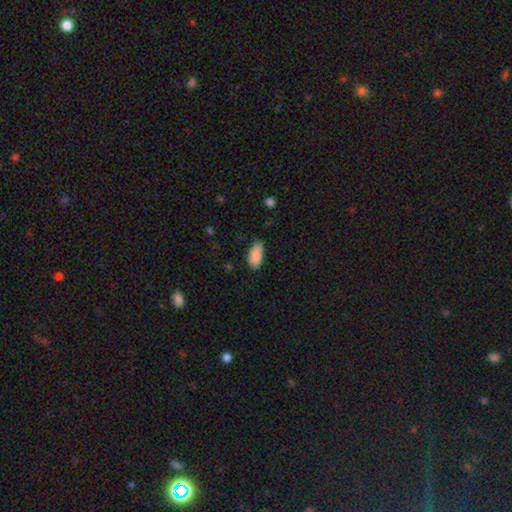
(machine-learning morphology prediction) This appears to be a smooth galaxy with no disk features (89%) that is in between round and cigar-shaped (91%). Merging: none (76%).